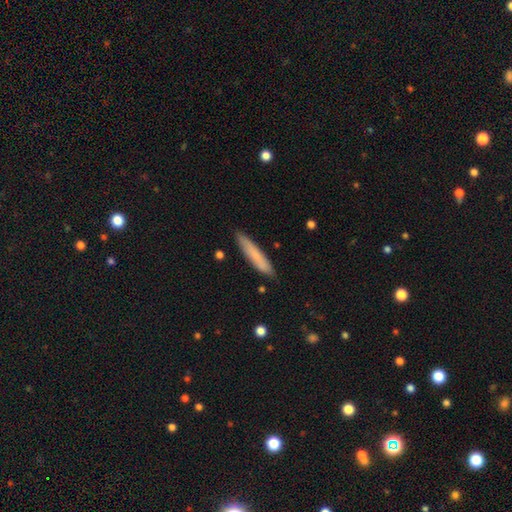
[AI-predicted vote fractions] smooth_or_featured: smooth (p=0.75) [alt: featured or disk p=0.19]
how_rounded: cigar-shaped (p=0.91) [alt: in between p=0.08]
merging: none (p=0.87) [alt: minor disturbance p=0.10]